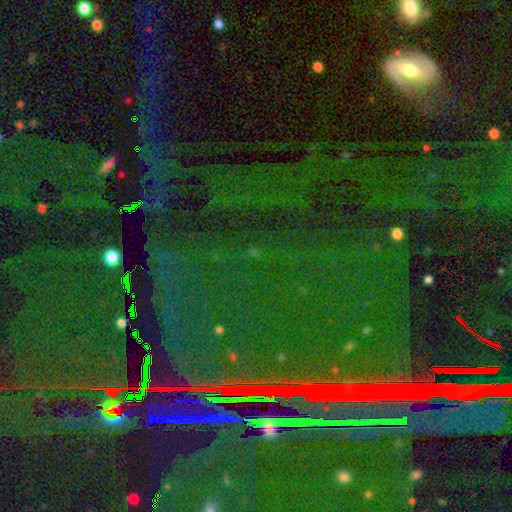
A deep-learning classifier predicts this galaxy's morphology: A star or artifact, not a galaxy (85%).